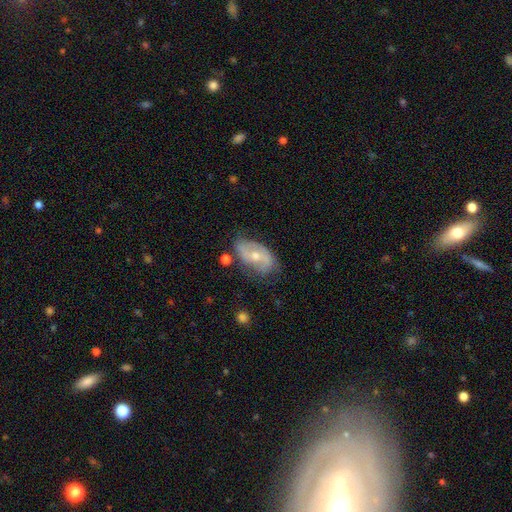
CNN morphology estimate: Smooth or featured? featured or disk (66%)
Edge-on disk? no (93%)
Bar? no (52%)
Spiral arms? yes (74%)
Bulge size? moderate (56%)
Merging? none (59%)